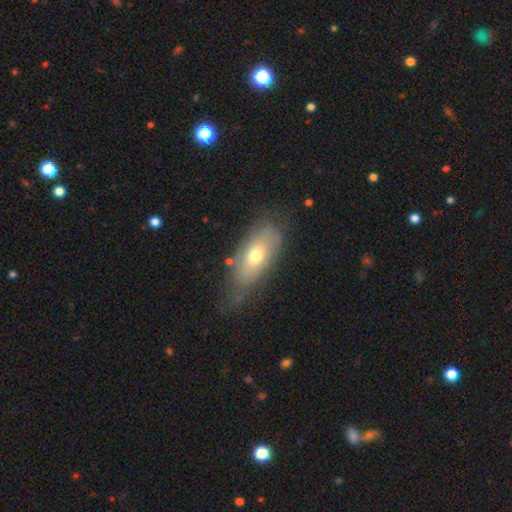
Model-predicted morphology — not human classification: This appears to be a smooth galaxy with no disk features (57%) that is in between round and cigar-shaped (84%). Merging: none (60%).